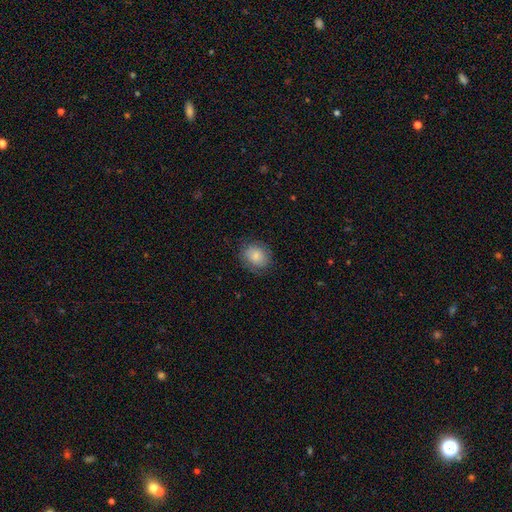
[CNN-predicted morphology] A smooth galaxy with no disk features (79%) that is round (71%). Merging: none (80%).